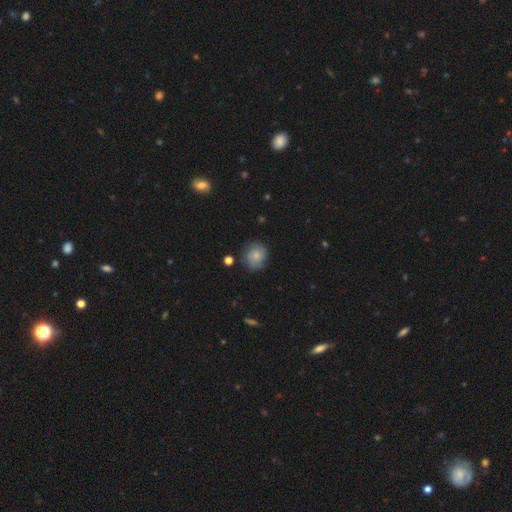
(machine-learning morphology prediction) This is likely a smooth galaxy (68%). How rounded: clearly round (82%). Merging: likely none (76%).